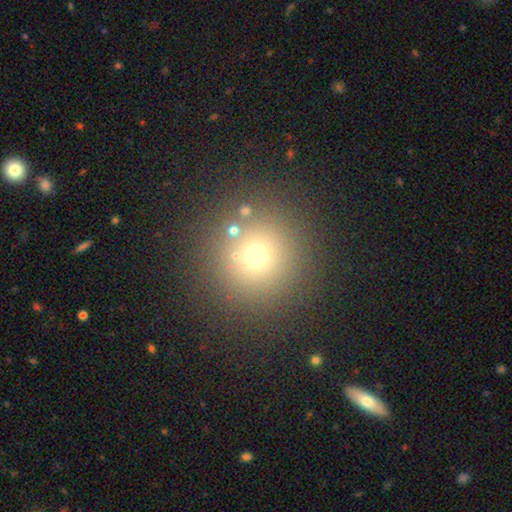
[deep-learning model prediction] Q: Smooth or featured?
A: smooth (67%); runner-up: star or artifact (23%)
Q: How rounded?
A: round (95%); runner-up: in between (4%)
Q: Merging?
A: none (84%); runner-up: minor disturbance (6%)